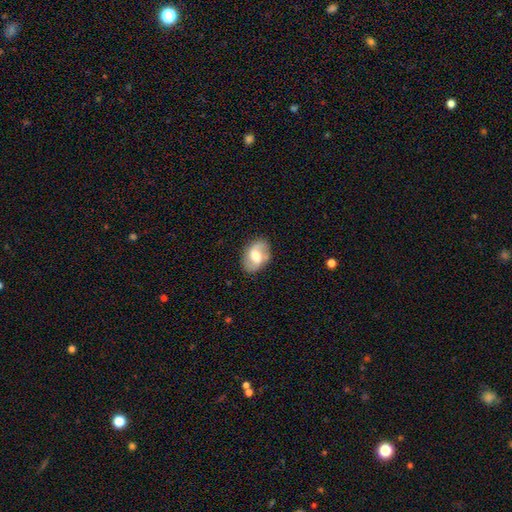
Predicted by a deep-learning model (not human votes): featured or disk 57%, smooth 36%, star or artifact 7%. Down the decision tree: edge-on disk — no (95%); bar — weak (49%); spiral arms — yes (76%); bulge size — moderate (60%); merging — none (78%).